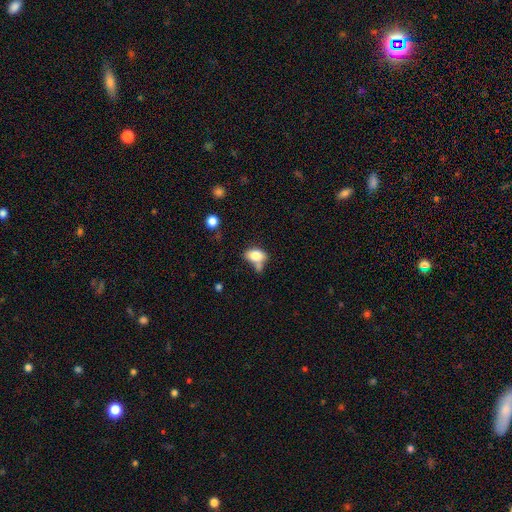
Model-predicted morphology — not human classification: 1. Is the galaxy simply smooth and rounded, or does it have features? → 80% smooth, 12% featured or disk, 9% star or artifact.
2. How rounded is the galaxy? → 83% in between, 15% round, 2% cigar-shaped.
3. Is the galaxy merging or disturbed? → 41% none, 29% merger, 20% minor disturbance, 9% major disturbance.